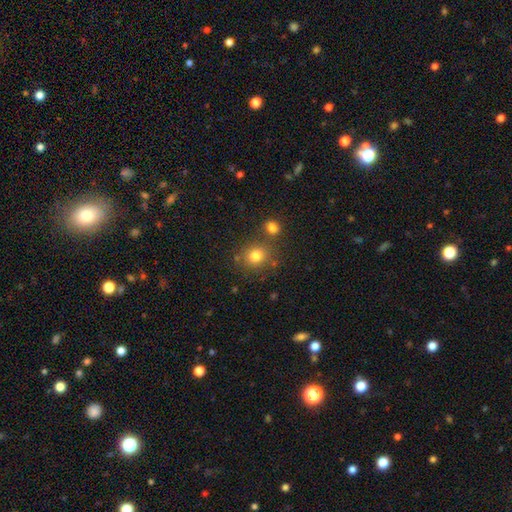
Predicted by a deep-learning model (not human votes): Smooth or featured? Predicted: smooth (p=0.79). How rounded? Predicted: round (p=0.81). Merging? Predicted: none (p=0.72).